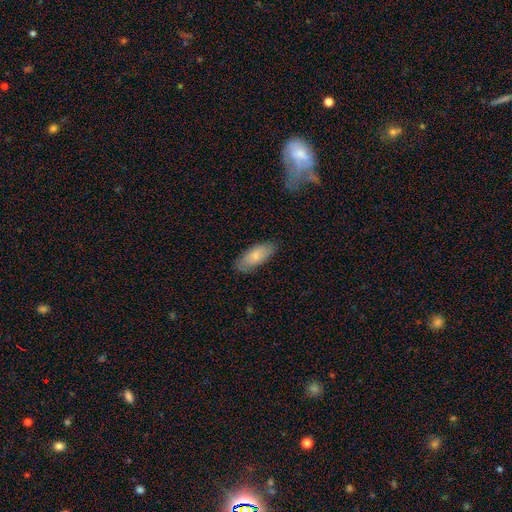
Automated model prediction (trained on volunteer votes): smooth-or-featured: smooth: 78% | featured or disk: 16% | star or artifact: 6%
  how-rounded: in between: 84% | cigar-shaped: 14% | round: 2%
  merging: none: 82% | minor disturbance: 14% | major disturbance: 3% | merger: 1%